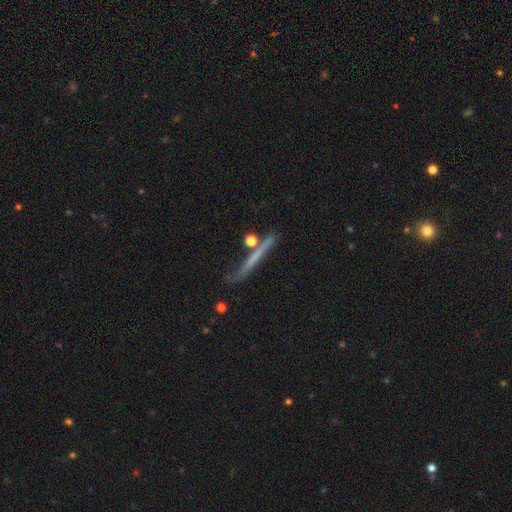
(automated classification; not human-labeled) Smooth or featured? featured or disk (47%)
Merging? none (69%)